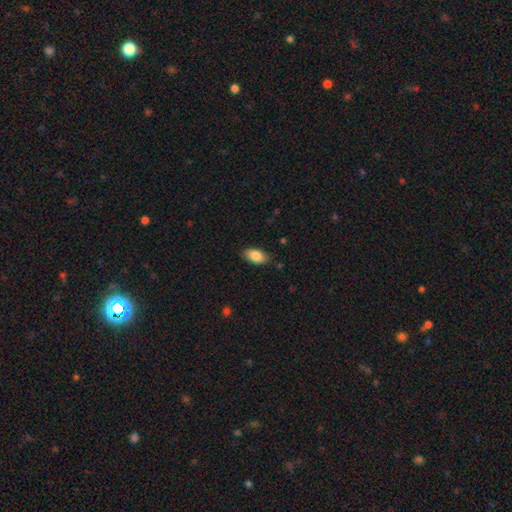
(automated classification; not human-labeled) This appears to be a smooth galaxy with no disk features (86%) that is in between round and cigar-shaped (93%). Merging: none (84%).